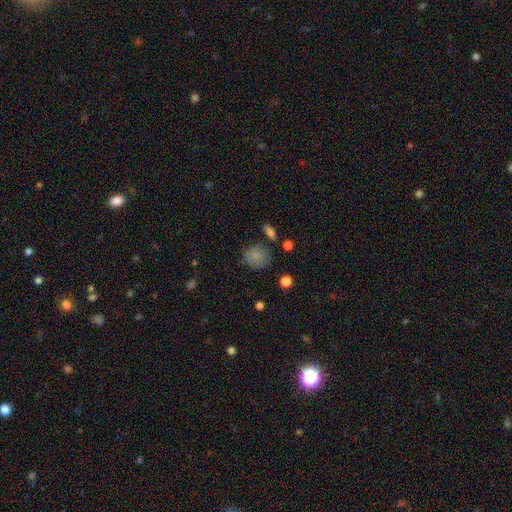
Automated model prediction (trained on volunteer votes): smooth_or_featured: smooth (p=0.80) [alt: featured or disk p=0.10]
how_rounded: round (p=0.78) [alt: in between p=0.21]
merging: none (p=0.69) [alt: minor disturbance p=0.20]